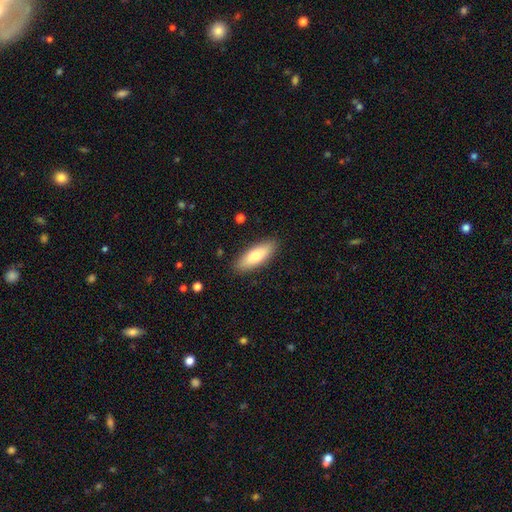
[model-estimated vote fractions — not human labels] Overall: smooth (74%). How rounded: in between (65%; cigar-shaped 33%). Merging: none (88%).